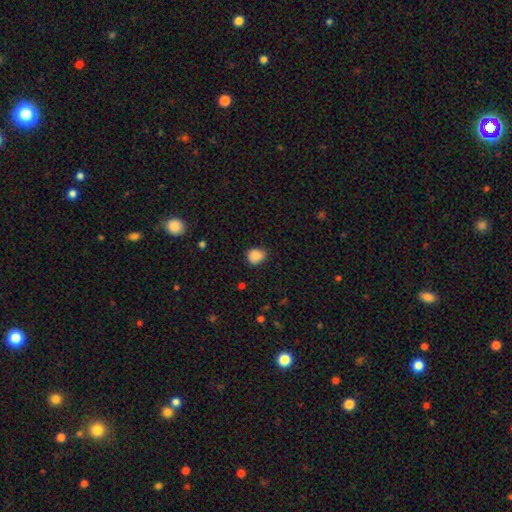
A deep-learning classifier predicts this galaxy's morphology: smooth_or_featured: smooth (p=0.87) [alt: star or artifact p=0.09]
how_rounded: round (p=0.55) [alt: in between p=0.44]
merging: none (p=0.70) [alt: minor disturbance p=0.25]